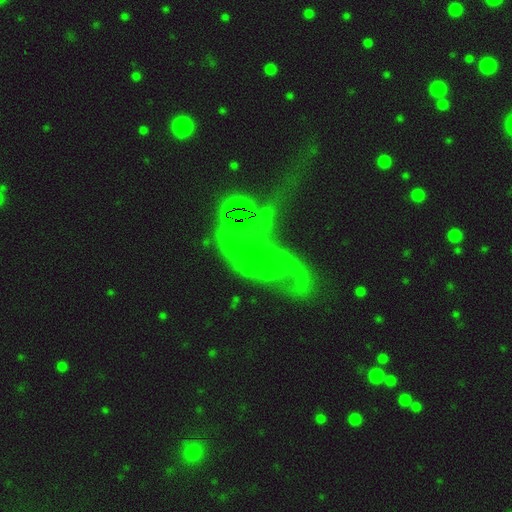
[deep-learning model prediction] Smooth or featured? featured or disk (70%)
Edge-on disk? no (92%)
Bar? no (63%)
Spiral arms? yes (73%)
Bulge size? none (61%)
Merging? major disturbance (41%)